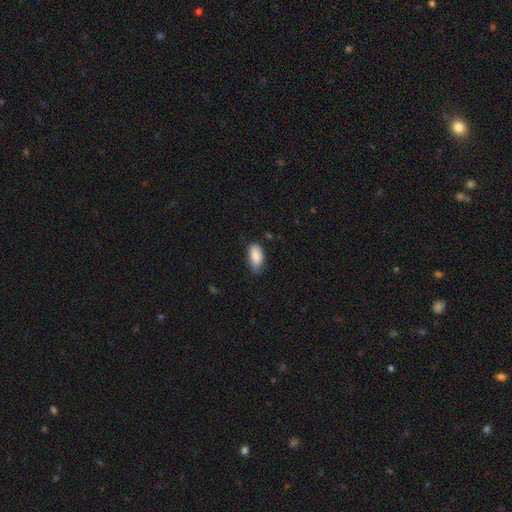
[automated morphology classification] A smooth galaxy with no disk features (88%) that is in between round and cigar-shaped (91%). Merging: none (66%).